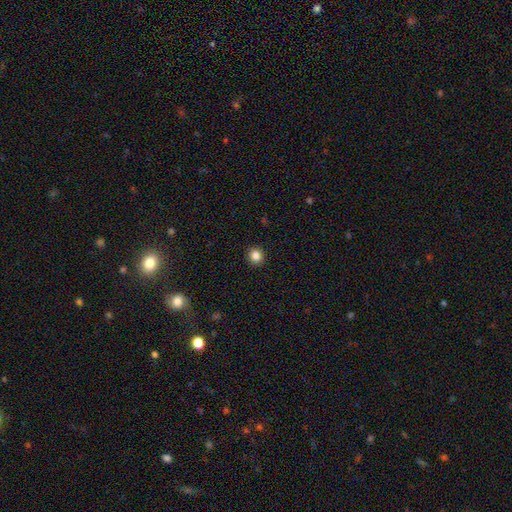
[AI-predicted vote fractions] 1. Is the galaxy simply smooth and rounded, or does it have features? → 84% smooth, 11% star or artifact, 4% featured or disk.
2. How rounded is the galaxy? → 91% round, 8% in between, 1% cigar-shaped.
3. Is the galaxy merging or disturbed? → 93% none, 5% minor disturbance, 2% major disturbance, 1% merger.